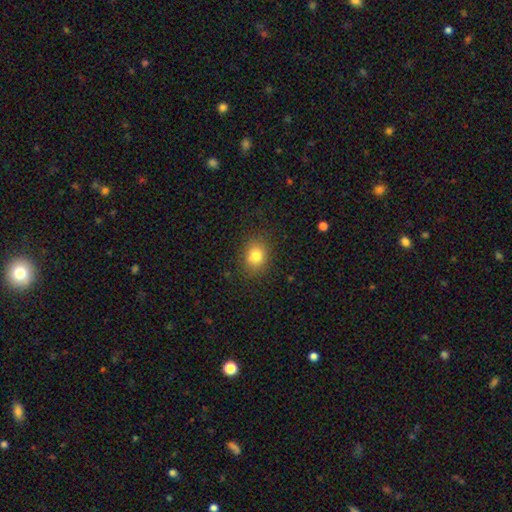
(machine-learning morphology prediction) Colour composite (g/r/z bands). It shows a smooth galaxy with no disk features (80%) that is round (58%). Merging: none (86%).